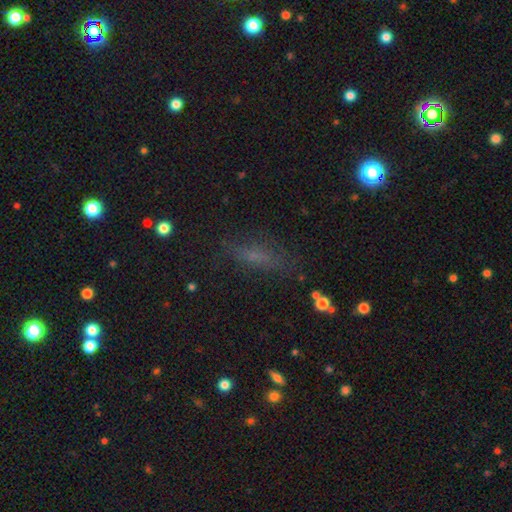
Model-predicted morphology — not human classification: smooth-or-featured: smooth: 53% | star or artifact: 24% | featured or disk: 22%
  how-rounded: cigar-shaped: 51% | in between: 43% | round: 6%
  merging: none: 73% | minor disturbance: 16% | major disturbance: 8% | merger: 2%